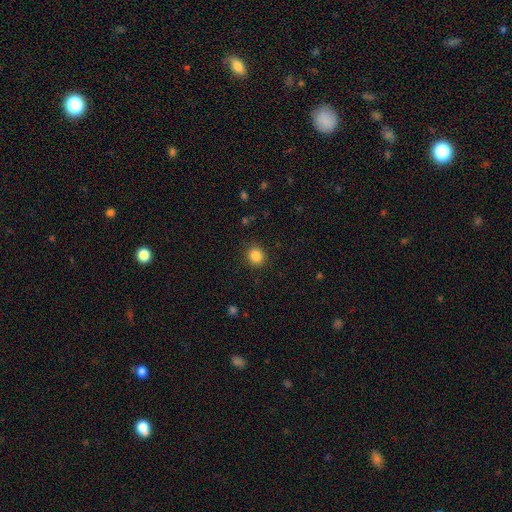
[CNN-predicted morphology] The model was most divided on "how rounded": round: 82%, in between: 17%, cigar-shaped: 1%. More confident: merging — none (89%); smooth or featured — smooth (86%).